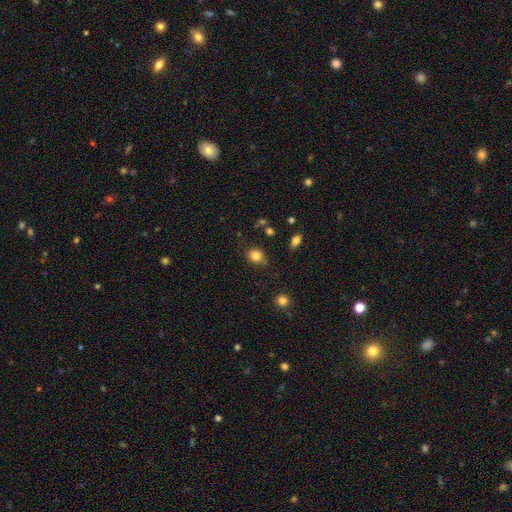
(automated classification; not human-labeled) smooth_or_featured: smooth (p=0.83) [alt: star or artifact p=0.11]
how_rounded: round (p=0.71) [alt: in between p=0.28]
merging: none (p=0.74) [alt: minor disturbance p=0.17]